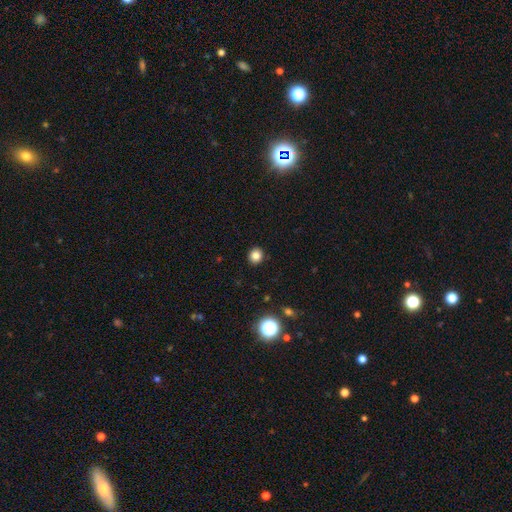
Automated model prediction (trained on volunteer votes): A smooth galaxy with no disk features (83%) that is round (86%).

Vote fractions:
- Smooth or featured? smooth: 83% / star or artifact: 12% / featured or disk: 5%
- How rounded? round: 86% / in between: 13% / cigar-shaped: 1%
- Merging? none: 92% / minor disturbance: 5% / major disturbance: 2% / merger: 1%